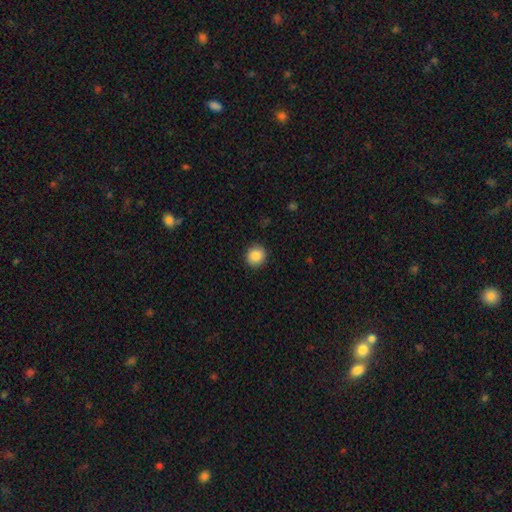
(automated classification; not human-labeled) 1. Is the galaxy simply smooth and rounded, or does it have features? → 88% smooth, 9% star or artifact, 3% featured or disk.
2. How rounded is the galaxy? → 91% round, 8% in between, 1% cigar-shaped.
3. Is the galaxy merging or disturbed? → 91% none, 6% minor disturbance, 2% major disturbance, 1% merger.